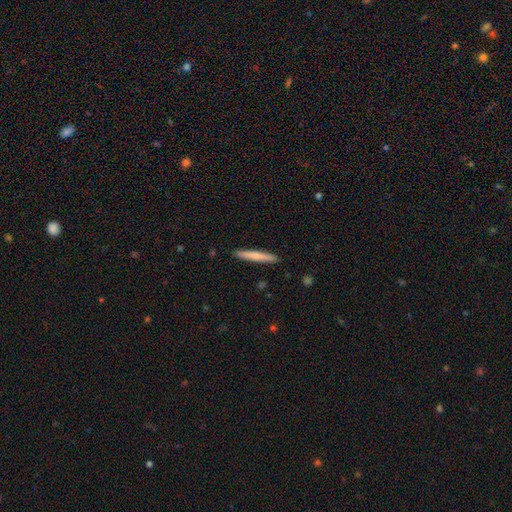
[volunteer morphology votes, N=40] Q: Smooth or featured?
A: smooth (68%); runner-up: featured or disk (25%)
Q: How rounded?
A: cigar-shaped (93%); runner-up: round (4%)
Q: Merging?
A: none (89%); runner-up: minor disturbance (5%)